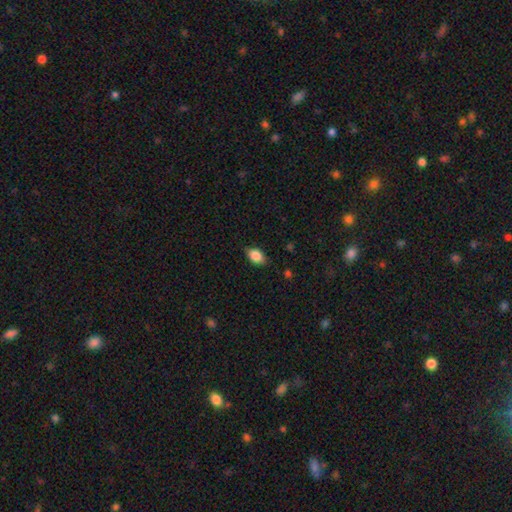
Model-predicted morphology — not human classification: Smooth or featured? smooth (87%)
How rounded? in between (86%)
Merging? none (83%)